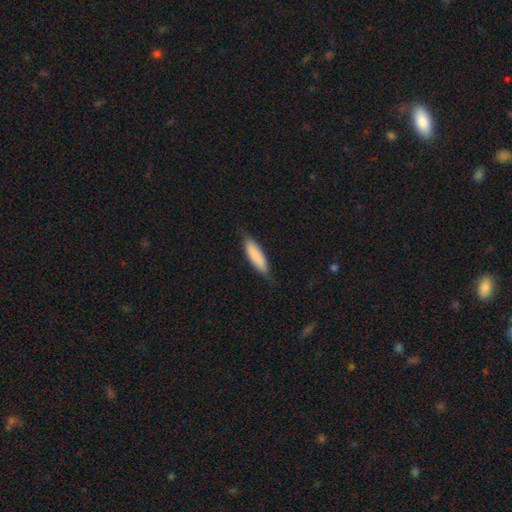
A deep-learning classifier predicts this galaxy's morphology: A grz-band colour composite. It shows a smooth galaxy with no disk features (86%) that is cigar-shaped (57%). Merging: none (79%).